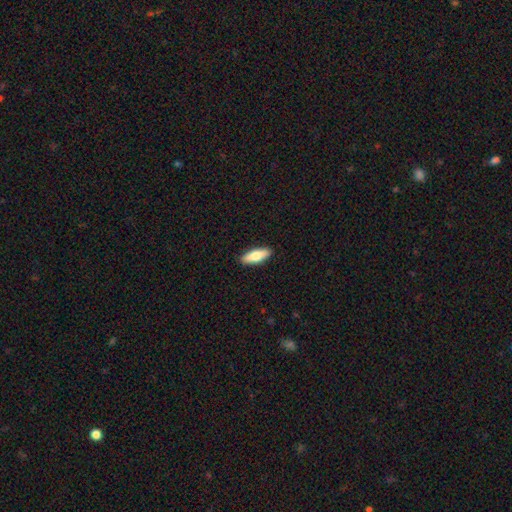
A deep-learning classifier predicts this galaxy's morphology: Smooth or featured: smooth — 73% (featured or disk — 22%)
How rounded: in between — 56% (cigar-shaped — 42%)
Merging: none — 90% (minor disturbance — 7%)